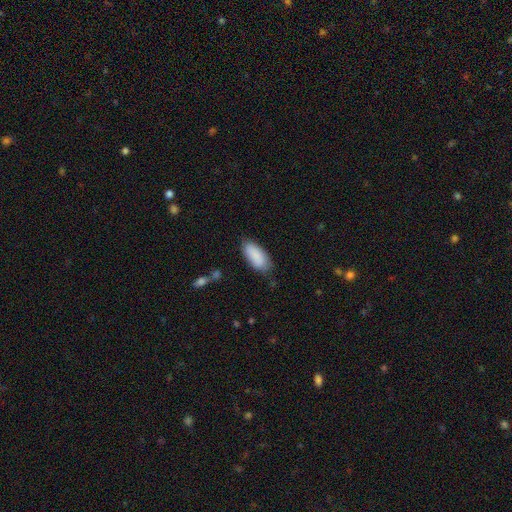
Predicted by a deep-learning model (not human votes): Smooth or featured? Predicted: smooth (p=0.88). How rounded? Predicted: in between (p=0.87). Merging? Predicted: none (p=0.75).